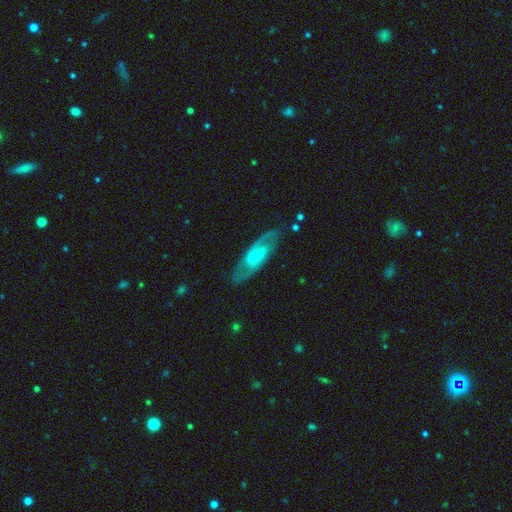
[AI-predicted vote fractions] The model was most divided on "bar": weak: 42%, strong: 29%, no: 29%. More confident: edge-on disk — no (85%); merging — none (79%); spiral arms — yes (78%); smooth or featured — featured or disk (73%); bulge size — small (57%).